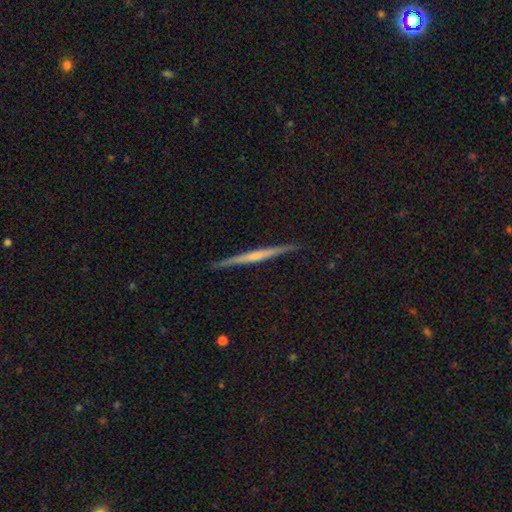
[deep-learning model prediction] A featured or disk galaxy (64%) viewed edge-on (98%) with no central bulge (62%).

Vote fractions:
- Smooth or featured? featured or disk: 64% / smooth: 30% / star or artifact: 6%
- Edge-on disk? yes: 98% / no: 2%
- Edge-on bulge? none: 62% / rounded: 28% / boxy: 10%
- Merging? none: 90% / minor disturbance: 7% / major disturbance: 1% / merger: 1%